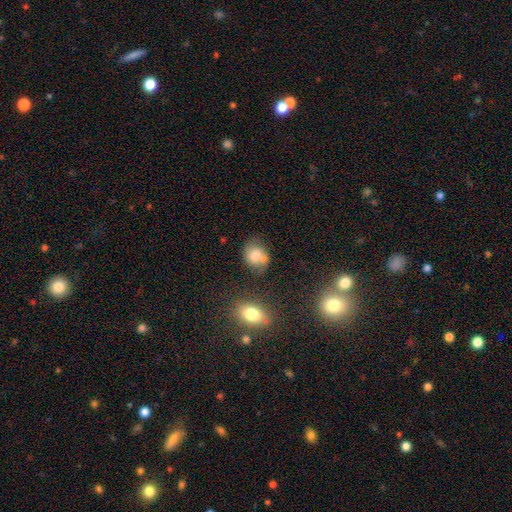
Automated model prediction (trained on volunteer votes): Q: Smooth or featured?
A: smooth (71%); runner-up: featured or disk (18%)
Q: How rounded?
A: round (54%); runner-up: in between (44%)
Q: Merging?
A: none (52%); runner-up: merger (24%)